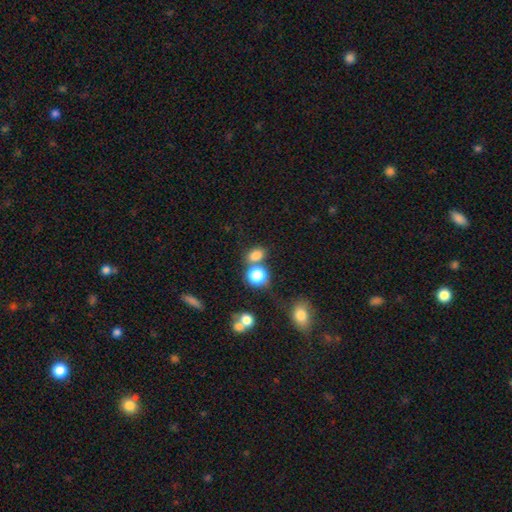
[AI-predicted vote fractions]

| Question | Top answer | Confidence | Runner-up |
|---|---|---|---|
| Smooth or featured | smooth | 77% | star or artifact (16%) |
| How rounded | in between | 59% | round (39%) |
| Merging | none | 56% | merger (29%) |